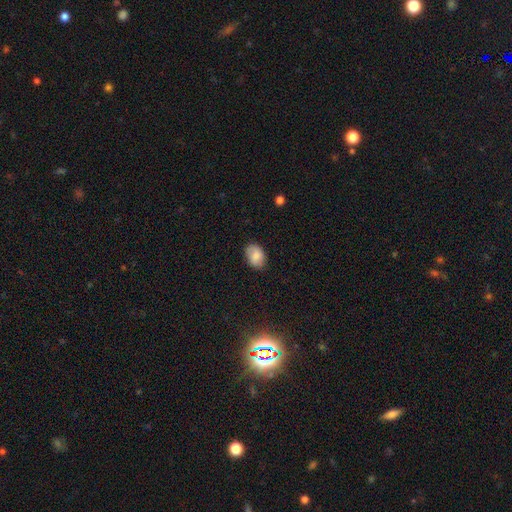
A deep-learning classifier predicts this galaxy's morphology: Overall: smooth (80%). How rounded: in between (80%). Merging: none (81%).